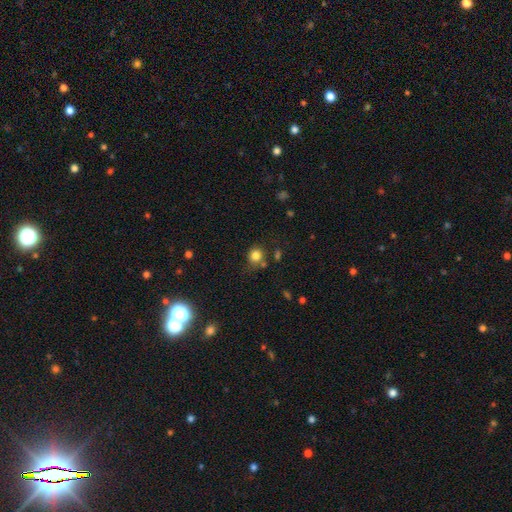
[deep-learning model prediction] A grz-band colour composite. It shows a smooth galaxy with no disk features (81%) that is round (84%). Merging: none (70%).